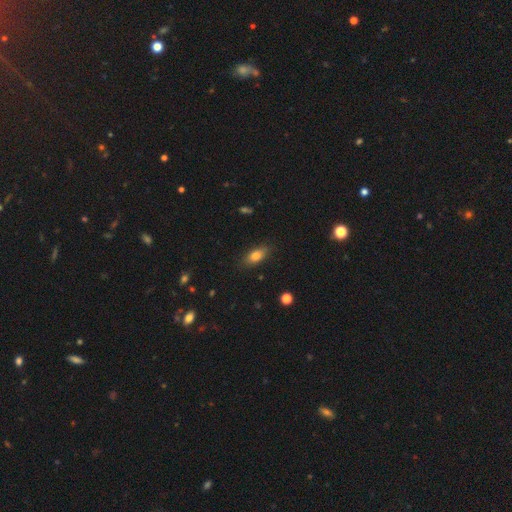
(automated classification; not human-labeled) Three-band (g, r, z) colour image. It shows a smooth galaxy with no disk features (79%) that is in between round and cigar-shaped (83%). Merging: none (84%).